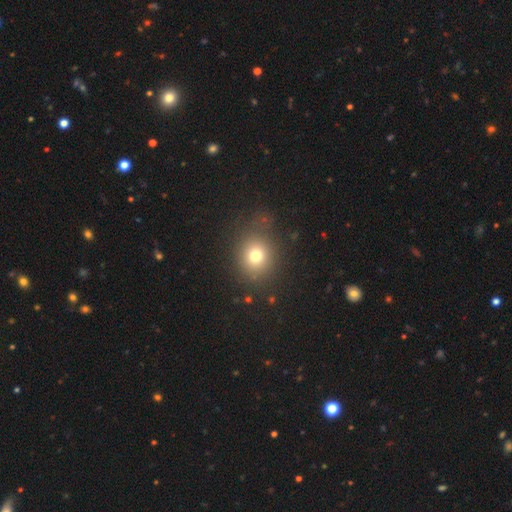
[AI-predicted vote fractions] A smooth galaxy with no disk features (74%) that is round (80%).

Vote fractions:
- Smooth or featured? smooth: 74% / star or artifact: 16% / featured or disk: 10%
- How rounded? round: 80% / in between: 19% / cigar-shaped: 1%
- Merging? none: 76% / minor disturbance: 13% / major disturbance: 8% / merger: 3%